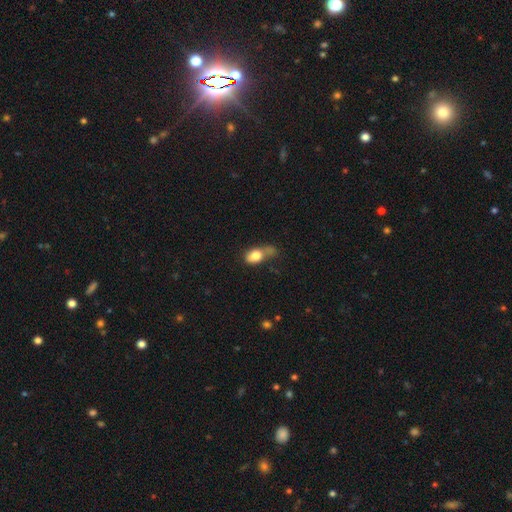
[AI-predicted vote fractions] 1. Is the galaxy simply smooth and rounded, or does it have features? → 78% smooth, 14% featured or disk, 9% star or artifact.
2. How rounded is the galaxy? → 74% in between, 23% round, 3% cigar-shaped.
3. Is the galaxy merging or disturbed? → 27% minor disturbance, 26% merger, 25% none, 22% major disturbance.